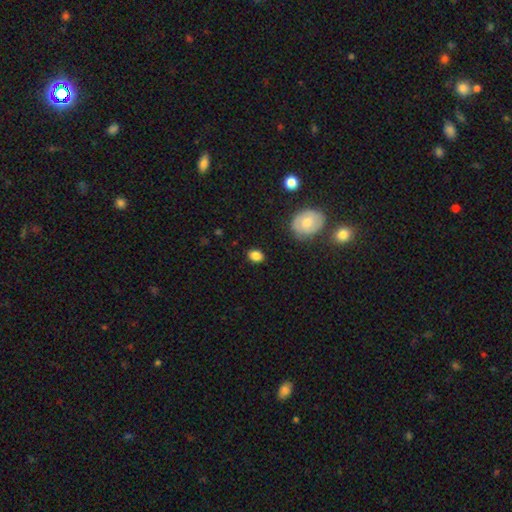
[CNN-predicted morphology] Smooth or featured?
  - smooth: 85% *
  - star or artifact: 9%
  - featured or disk: 6%
How rounded?
  - in between: 68% *
  - round: 30%
  - cigar-shaped: 1%
Merging?
  - none: 84% *
  - minor disturbance: 12%
  - major disturbance: 3%
  - merger: 2%